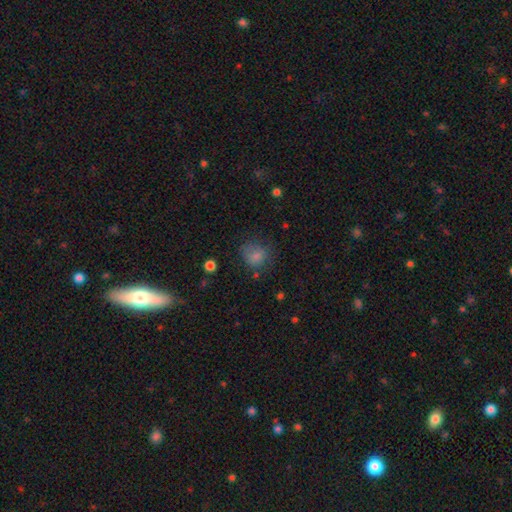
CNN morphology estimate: Smooth or featured? smooth (78%)
How rounded? round (68%)
Merging? none (57%)